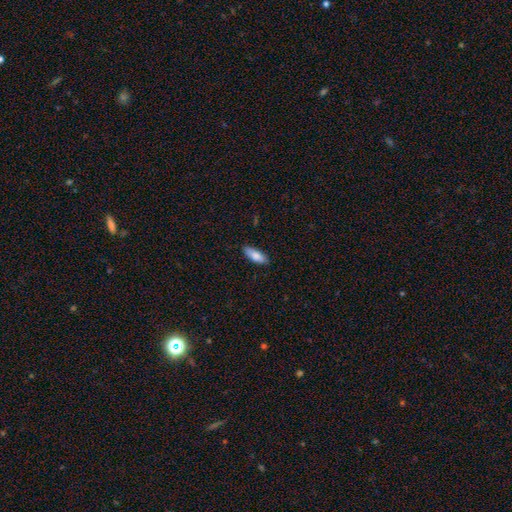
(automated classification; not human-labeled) Smooth or featured: smooth — 84% (featured or disk — 10%)
How rounded: in between — 72% (cigar-shaped — 27%)
Merging: none — 85% (minor disturbance — 12%)